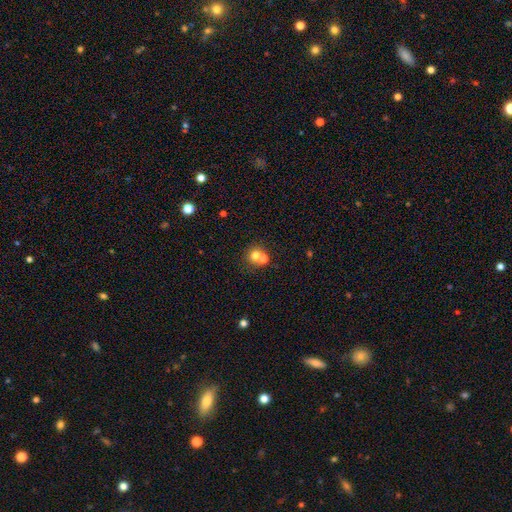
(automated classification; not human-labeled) The model was most divided on "merging": merger: 49%, none: 43%, minor disturbance: 6%, major disturbance: 3%. More confident: how rounded — round (84%); smooth or featured — smooth (69%).